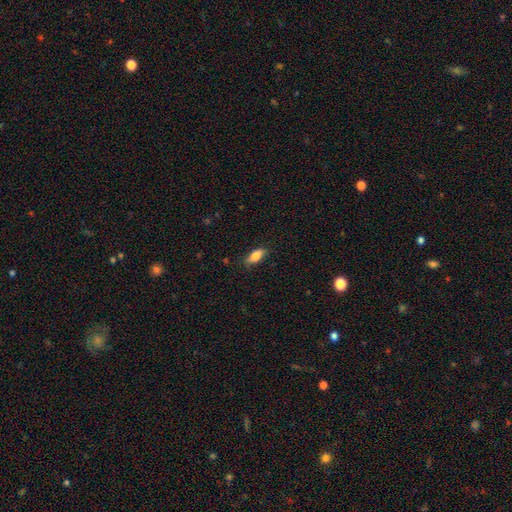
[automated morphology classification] smooth_or_featured: smooth (p=0.79) [alt: featured or disk p=0.14]
how_rounded: in between (p=0.78) [alt: cigar-shaped p=0.20]
merging: none (p=0.85) [alt: minor disturbance p=0.12]